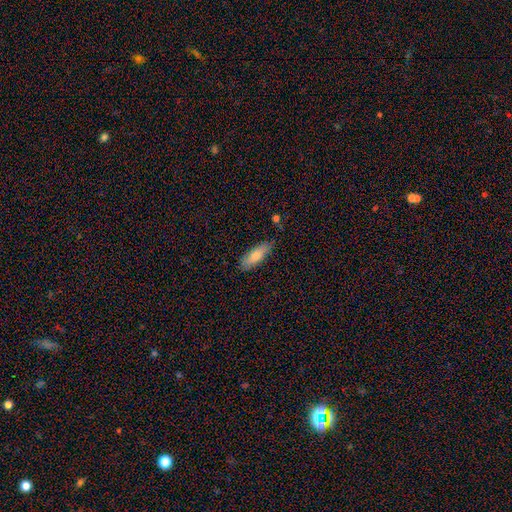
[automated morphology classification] Smooth or featured? smooth (78%)
How rounded? in between (61%)
Merging? none (80%)